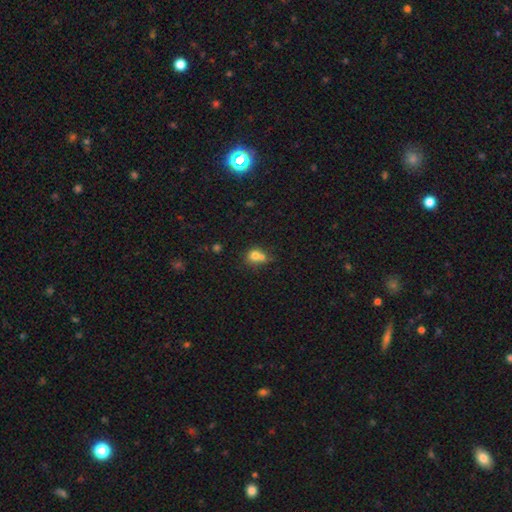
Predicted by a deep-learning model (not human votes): Smooth or featured? smooth (74%)
How rounded? round (70%)
Merging? merger (56%)